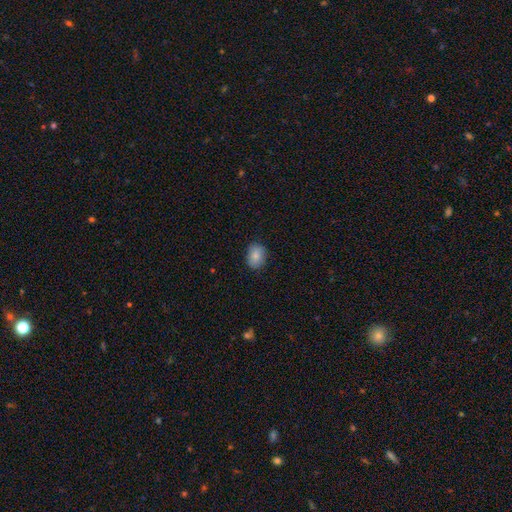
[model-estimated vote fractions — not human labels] This is clearly a smooth galaxy (85%). How rounded: likely in between (62%). Merging: clearly none (84%).